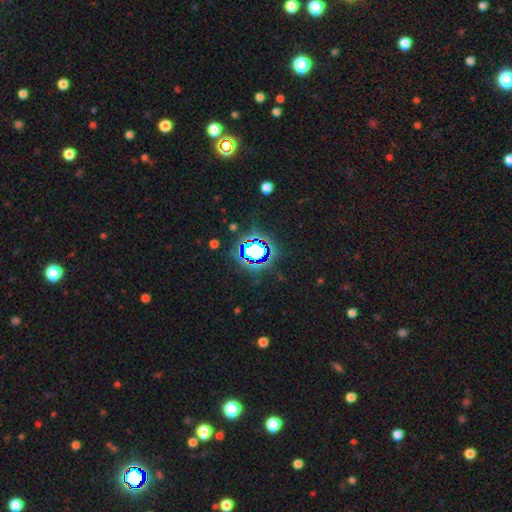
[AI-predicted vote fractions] Smooth or featured? Predicted: star or artifact (p=0.81).